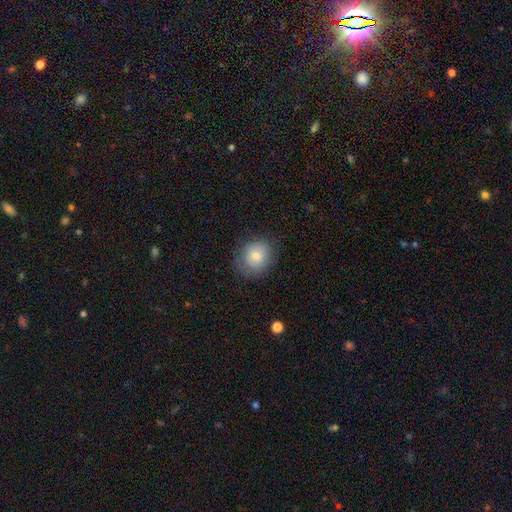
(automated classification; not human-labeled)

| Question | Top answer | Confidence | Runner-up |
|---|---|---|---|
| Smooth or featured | smooth | 77% | featured or disk (14%) |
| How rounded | round | 71% | in between (28%) |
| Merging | none | 76% | minor disturbance (17%) |